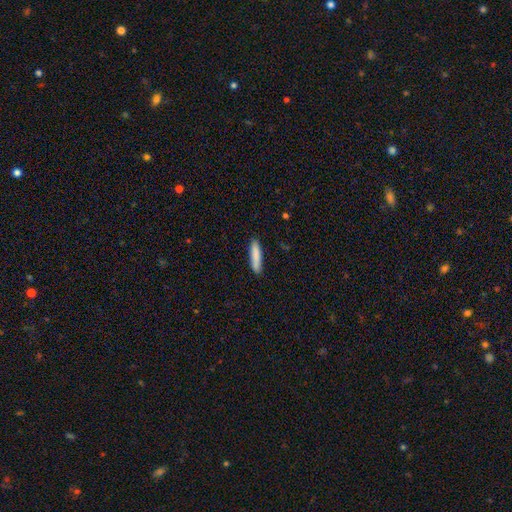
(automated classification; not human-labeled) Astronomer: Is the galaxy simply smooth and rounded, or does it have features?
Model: smooth — 85%.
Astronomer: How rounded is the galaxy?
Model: cigar-shaped — 84%.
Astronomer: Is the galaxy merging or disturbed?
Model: none — 88%.